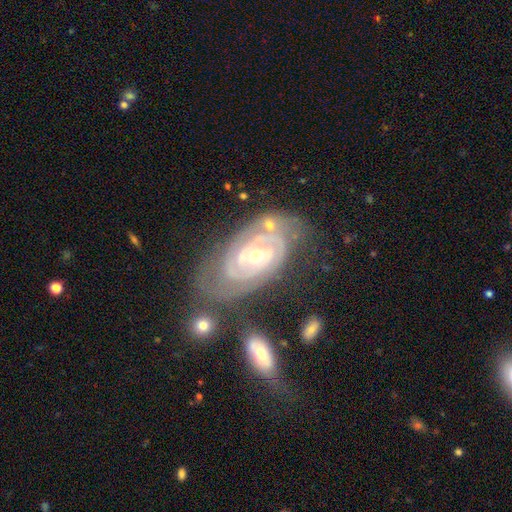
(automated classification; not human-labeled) Smooth or featured?
  - featured or disk: 90% *
  - star or artifact: 5%
  - smooth: 5%
Edge-on disk?
  - no: 96% *
  - yes: 4%
Bar?
  - no: 53% *
  - weak: 32%
  - strong: 15%
Spiral arms?
  - yes: 97% *
  - no: 3%
Spiral winding?
  - tight: 79% *
  - medium: 18%
  - loose: 3%
Spiral arm count?
  - 2: 56% *
  - can't tell: 16%
  - 3: 16%
  - 4: 5%
  - 1: 3%
  - more than 4: 3%
Bulge size?
  - moderate: 51% *
  - small: 46%
  - large: 2%
  - none: 1%
  - dominant: 1%
Merging?
  - none: 64% *
  - minor disturbance: 20%
  - major disturbance: 9%
  - merger: 7%